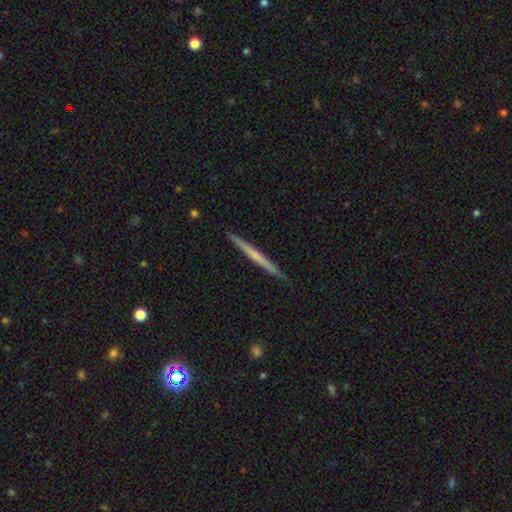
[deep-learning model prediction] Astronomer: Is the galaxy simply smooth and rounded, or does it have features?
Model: featured or disk — 52% (runner-up: smooth, 43%).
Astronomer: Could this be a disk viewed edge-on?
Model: yes — 98%.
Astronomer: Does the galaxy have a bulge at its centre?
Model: none — 82%.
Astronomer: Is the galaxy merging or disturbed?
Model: none — 91%.